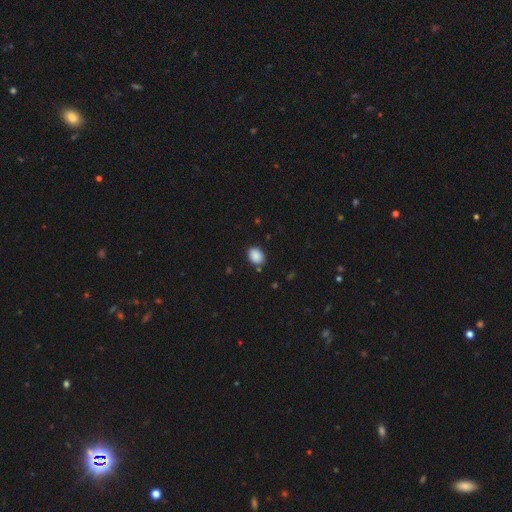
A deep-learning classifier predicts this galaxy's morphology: Smooth or featured? smooth (88%)
How rounded? in between (59%)
Merging? none (85%)